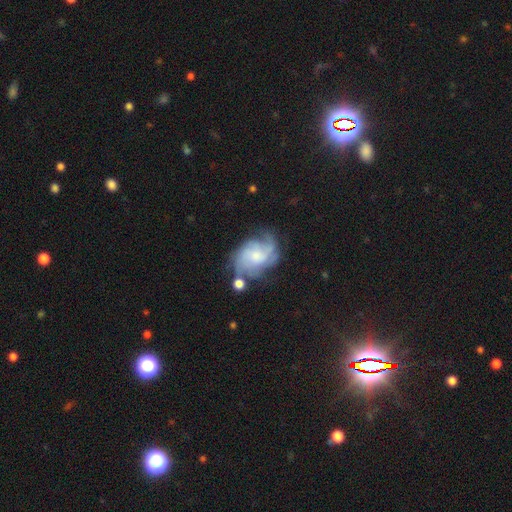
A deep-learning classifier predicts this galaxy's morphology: smooth_or_featured: featured or disk (p=0.76) [alt: smooth p=0.17]
disk_edge_on: no (p=0.97) [alt: yes p=0.03]
bar: no (p=0.64) [alt: weak p=0.31]
has_spiral_arms: yes (p=0.91) [alt: no p=0.09]
spiral_winding: medium (p=0.44) [alt: tight p=0.30]
spiral_arm_count: 2 (p=0.33) [alt: can't tell p=0.27]
bulge_size: small (p=0.47) [alt: moderate p=0.35]
merging: none (p=0.53) [alt: minor disturbance p=0.24]